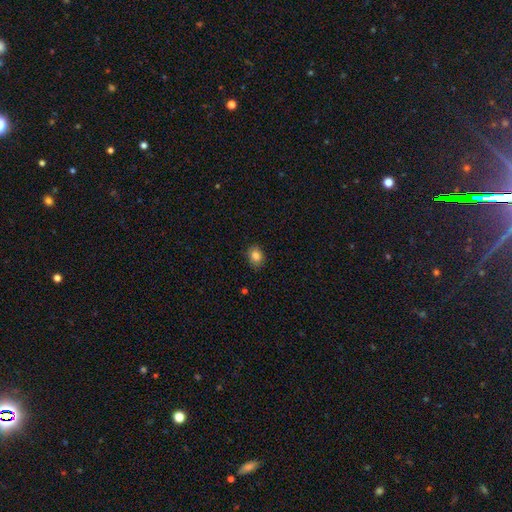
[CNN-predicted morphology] Overall: smooth (84%). How rounded: in between (52%; round 47%). Merging: none (83%).